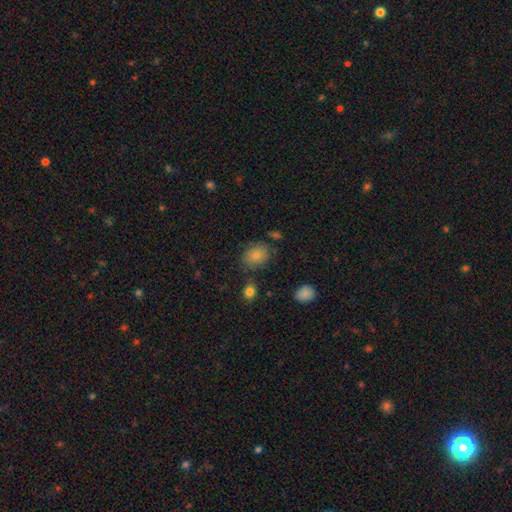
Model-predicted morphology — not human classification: A smooth galaxy with no disk features (76%) that is round (55%). Merging: none (73%).